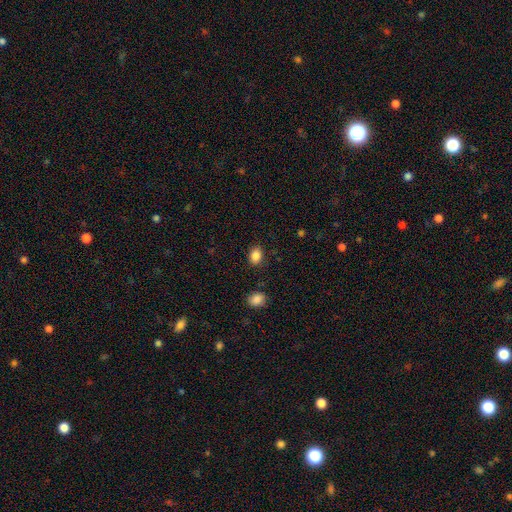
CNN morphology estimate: Overall: smooth (87%). How rounded: in between (67%; round 32%). Merging: none (85%).